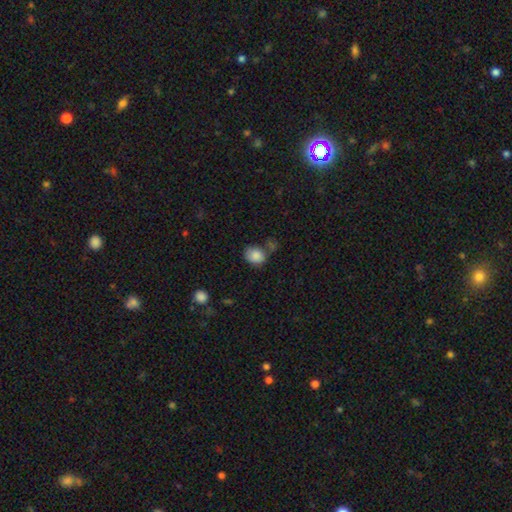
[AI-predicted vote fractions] This is clearly a smooth galaxy (85%). How rounded: possibly round (54%). Merging: possibly none (56%).